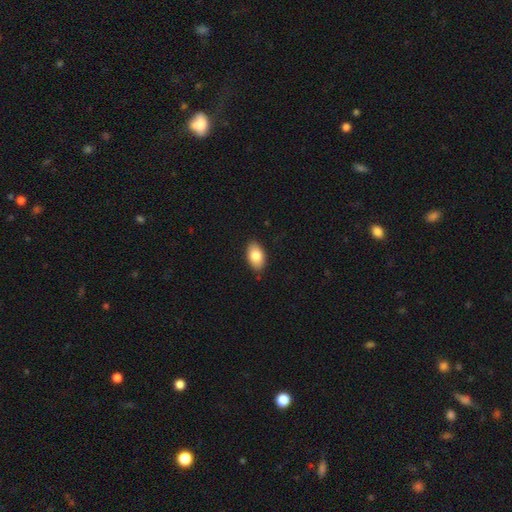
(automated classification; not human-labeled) A smooth galaxy with no disk features (83%) that is in between round and cigar-shaped (93%). Merging: none (87%).